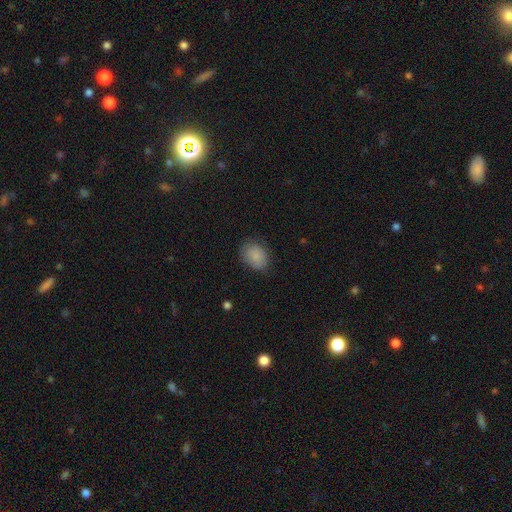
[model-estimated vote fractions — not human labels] This appears to be a smooth galaxy with no disk features (86%) that is in between round and cigar-shaped (61%). Merging: none (75%).